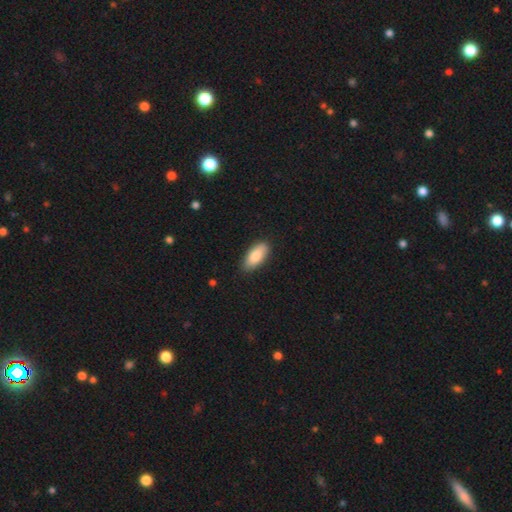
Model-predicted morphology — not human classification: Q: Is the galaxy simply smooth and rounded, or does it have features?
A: smooth — 85%.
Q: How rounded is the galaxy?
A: in between — 87%.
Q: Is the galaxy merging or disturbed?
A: none — 86%.